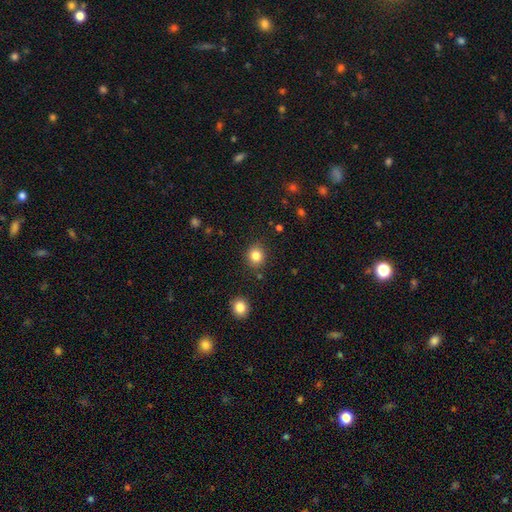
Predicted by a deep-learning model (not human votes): Smooth or featured: smooth — 84% (star or artifact — 11%)
How rounded: round — 82% (in between — 17%)
Merging: none — 87% (minor disturbance — 8%)